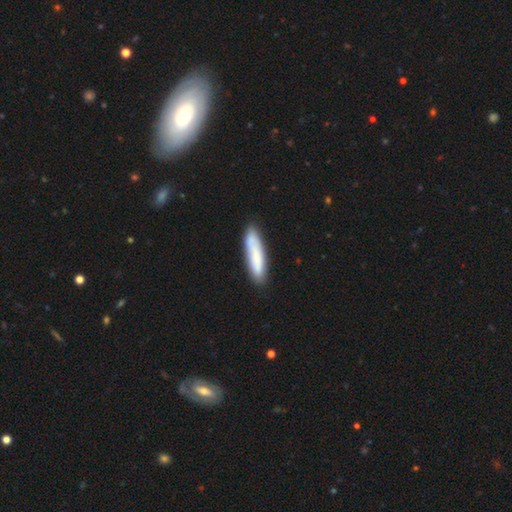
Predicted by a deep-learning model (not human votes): A smooth galaxy with no disk features (74%) that is cigar-shaped (79%). Merging: none (80%).